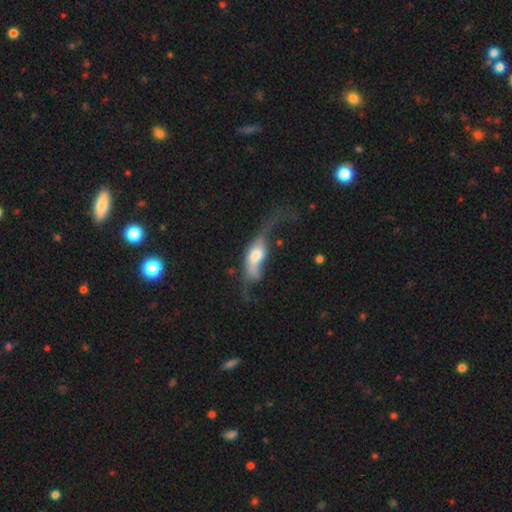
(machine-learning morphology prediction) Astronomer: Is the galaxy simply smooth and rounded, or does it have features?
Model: smooth — 48% (runner-up: featured or disk, 44%).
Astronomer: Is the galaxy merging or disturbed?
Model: major disturbance — 49%.